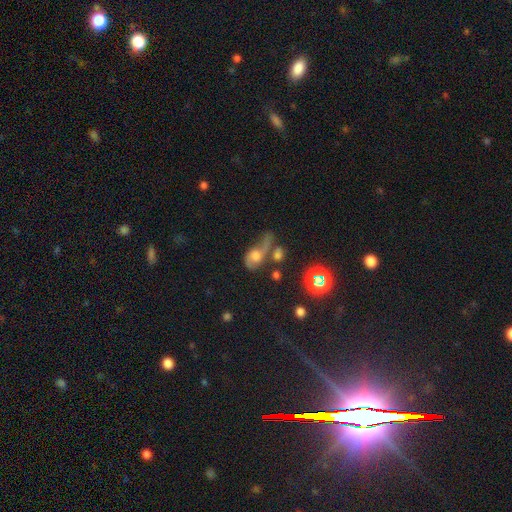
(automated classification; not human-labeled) The model was most divided on "merging": major disturbance: 31%, merger: 28%, none: 24%, minor disturbance: 17%. Remaining: smooth or featured — featured or disk (44%).